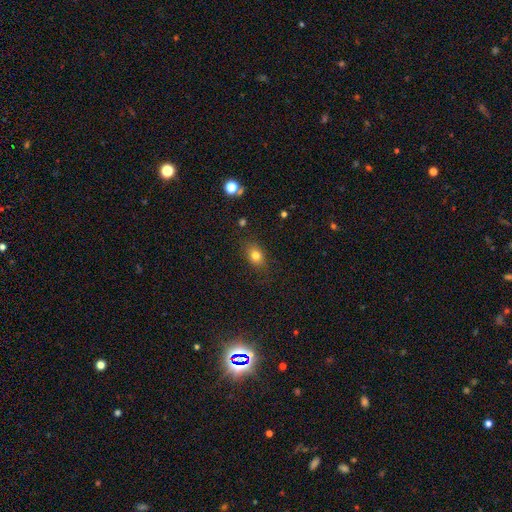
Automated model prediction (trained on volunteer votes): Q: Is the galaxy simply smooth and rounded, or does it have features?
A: smooth — 79%.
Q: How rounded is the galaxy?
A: in between — 67%.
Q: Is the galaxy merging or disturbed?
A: none — 82%.